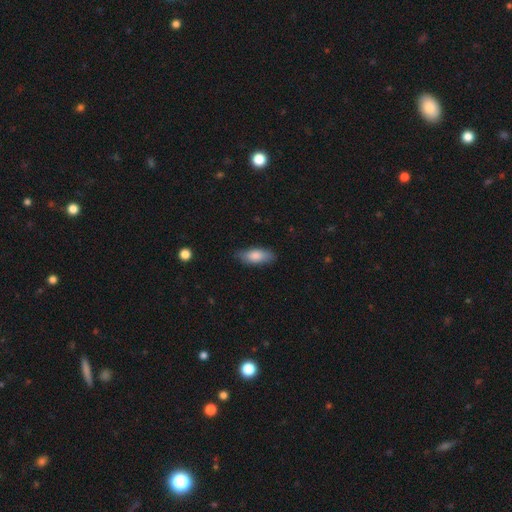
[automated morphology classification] A smooth galaxy with no disk features (81%) that is in between round and cigar-shaped (79%). Merging: none (79%).